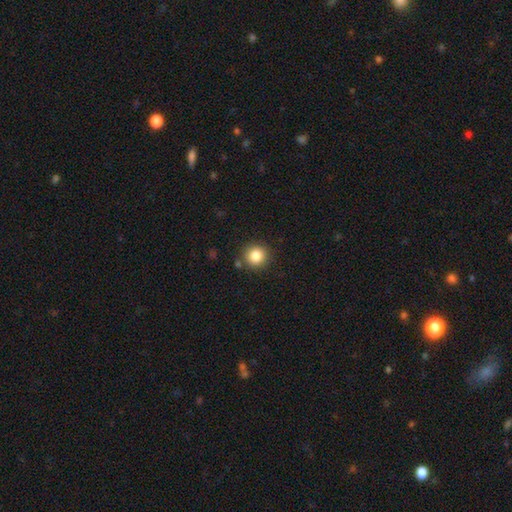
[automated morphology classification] Smooth or featured: smooth — 83% (star or artifact — 11%)
How rounded: round — 92% (in between — 7%)
Merging: none — 86% (minor disturbance — 8%)